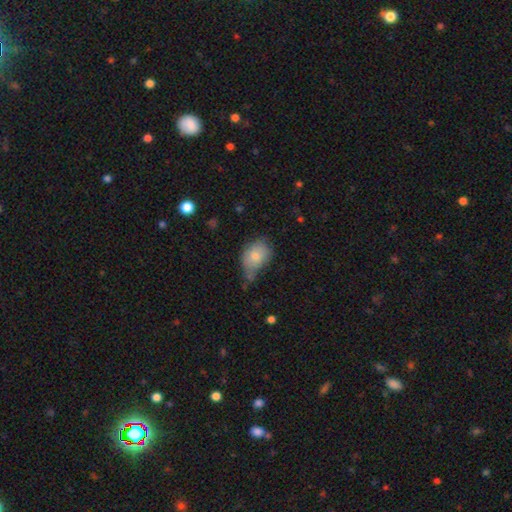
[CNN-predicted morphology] smooth_or_featured: smooth (p=0.76) [alt: featured or disk p=0.15]
how_rounded: in between (p=0.73) [alt: round p=0.26]
merging: minor disturbance (p=0.40) [alt: none p=0.38]